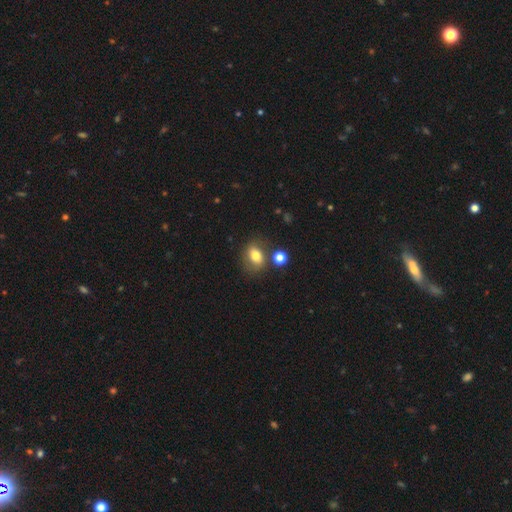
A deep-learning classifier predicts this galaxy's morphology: Q: Smooth or featured?
A: smooth (72%); runner-up: featured or disk (17%)
Q: How rounded?
A: in between (68%); runner-up: round (31%)
Q: Merging?
A: none (65%); runner-up: minor disturbance (16%)